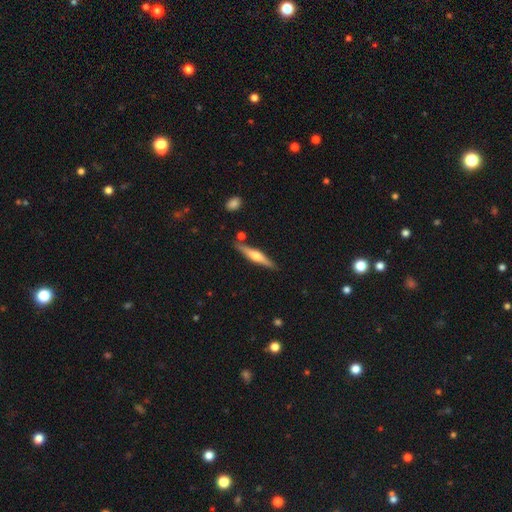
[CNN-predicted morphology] The model was most divided on "smooth or featured": featured or disk: 63%, smooth: 32%, star or artifact: 6%. More confident: edge-on disk — yes (97%); edge-on bulge — rounded (90%); merging — none (84%).